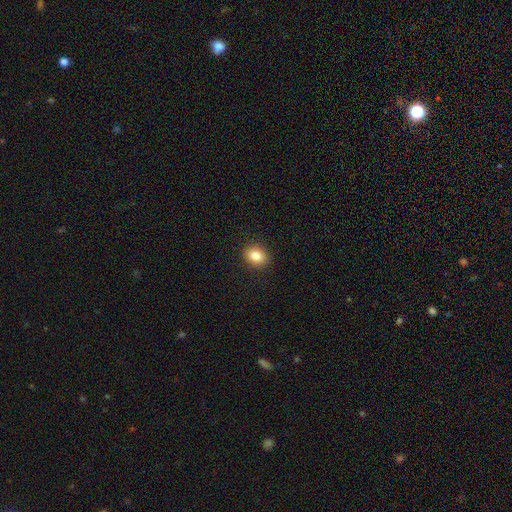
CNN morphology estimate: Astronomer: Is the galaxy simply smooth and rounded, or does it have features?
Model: smooth — 84%.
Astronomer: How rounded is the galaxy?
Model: in between — 54% (runner-up: round, 45%).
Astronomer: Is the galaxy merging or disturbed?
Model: none — 90%.